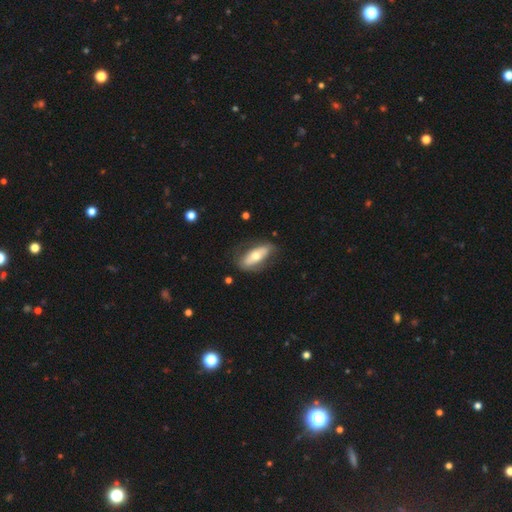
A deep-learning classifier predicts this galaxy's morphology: Smooth or featured? Predicted: smooth (p=0.53). How rounded? Predicted: in between (p=0.76). Merging? Predicted: none (p=0.73).